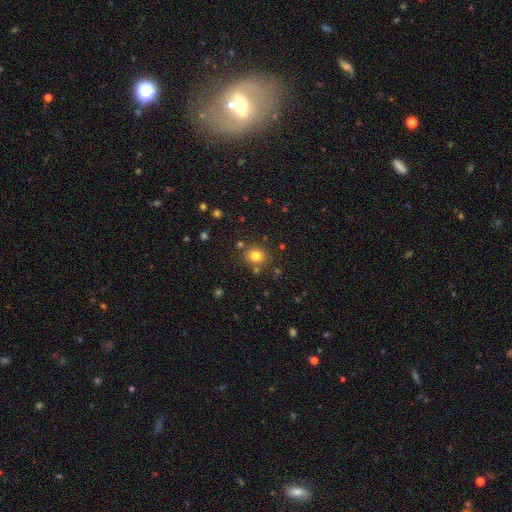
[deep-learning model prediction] Q: Smooth or featured?
A: smooth (79%); runner-up: star or artifact (13%)
Q: How rounded?
A: round (69%); runner-up: in between (30%)
Q: Merging?
A: none (79%); runner-up: minor disturbance (11%)